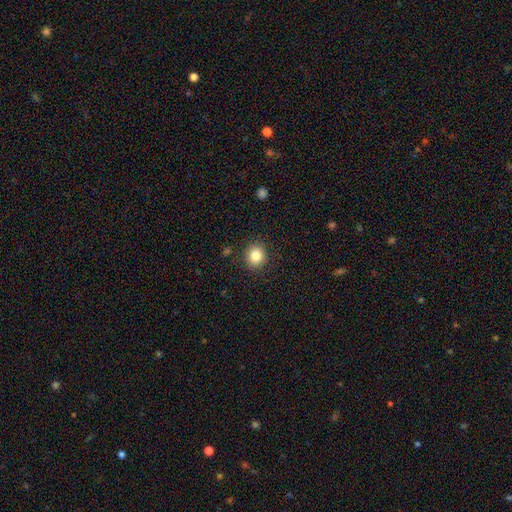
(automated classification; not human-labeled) A smooth galaxy with no disk features (83%) that is round (83%).

Vote fractions:
- Smooth or featured? smooth: 83% / star or artifact: 11% / featured or disk: 6%
- How rounded? round: 83% / in between: 16% / cigar-shaped: 1%
- Merging? none: 89% / minor disturbance: 7% / major disturbance: 2% / merger: 1%